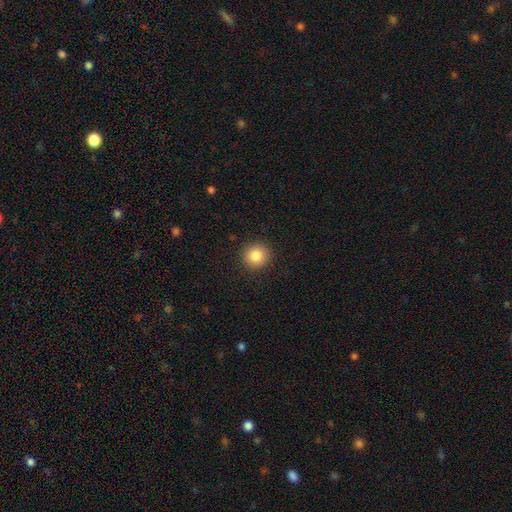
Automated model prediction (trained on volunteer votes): A smooth galaxy with no disk features (85%) that is round (92%). Merging: none (91%).